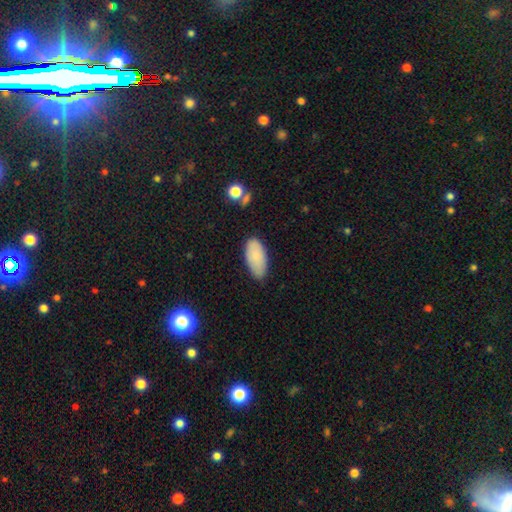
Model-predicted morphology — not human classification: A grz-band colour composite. It shows a smooth galaxy with no disk features (81%) that is in between round and cigar-shaped (93%). Merging: none (77%).